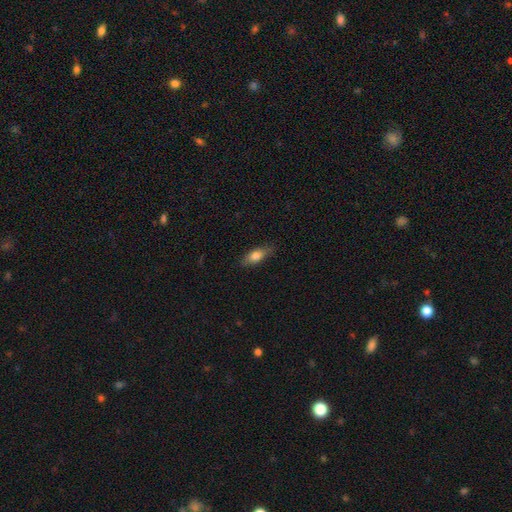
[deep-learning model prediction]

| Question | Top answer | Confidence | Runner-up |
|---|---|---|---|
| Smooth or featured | smooth | 75% | featured or disk (18%) |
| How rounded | in between | 69% | cigar-shaped (28%) |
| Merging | none | 81% | minor disturbance (15%) |